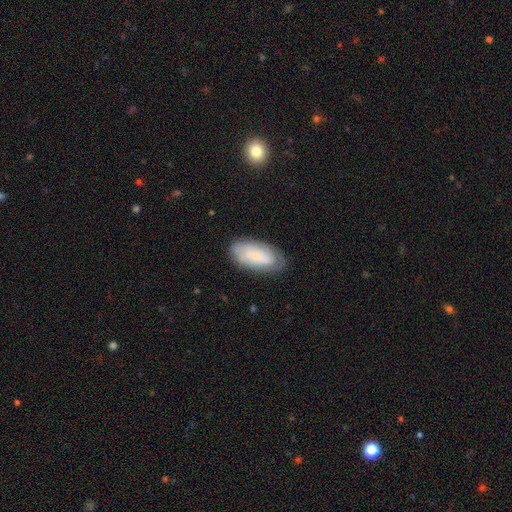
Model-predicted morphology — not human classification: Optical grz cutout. It shows a smooth galaxy with no disk features (66%) that is in between round and cigar-shaped (92%). Merging: none (74%).